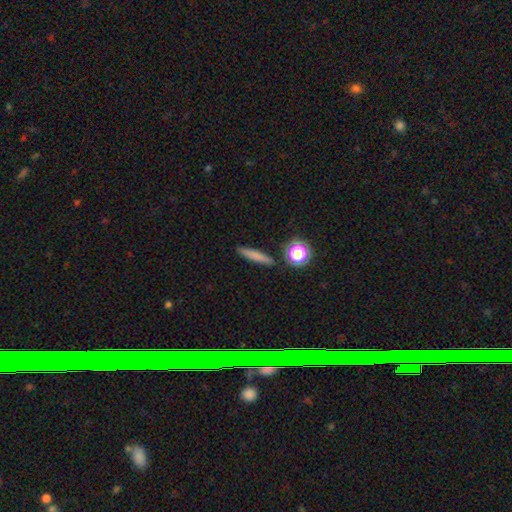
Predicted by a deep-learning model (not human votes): A smooth galaxy with no disk features (74%) that is cigar-shaped (85%). Merging: none (87%).